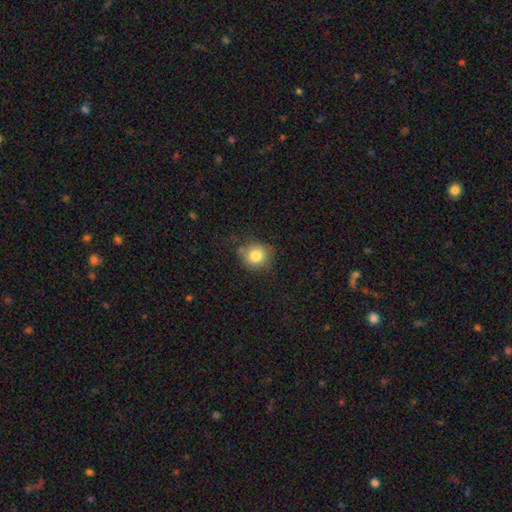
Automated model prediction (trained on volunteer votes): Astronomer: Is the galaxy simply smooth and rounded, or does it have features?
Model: smooth — 81%.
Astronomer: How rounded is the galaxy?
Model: round — 88%.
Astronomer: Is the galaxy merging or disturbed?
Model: none — 75%.